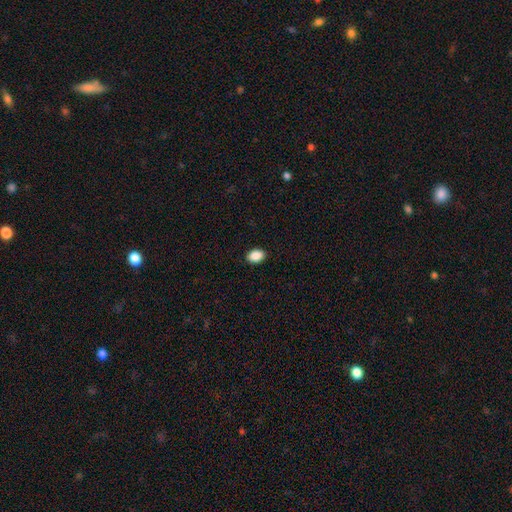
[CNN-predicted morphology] Smooth or featured: smooth — 89% (star or artifact — 8%)
How rounded: in between — 79% (round — 20%)
Merging: none — 90% (minor disturbance — 8%)